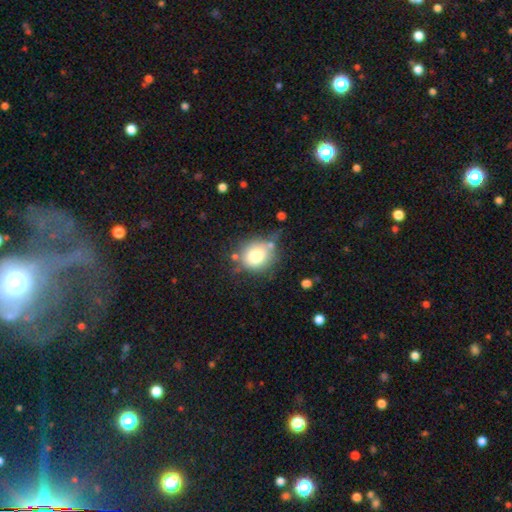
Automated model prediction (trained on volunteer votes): smooth-or-featured: smooth: 75% | featured or disk: 14% | star or artifact: 11%
  how-rounded: round: 81% | in between: 18% | cigar-shaped: 1%
  merging: none: 63% | minor disturbance: 20% | merger: 10% | major disturbance: 8%